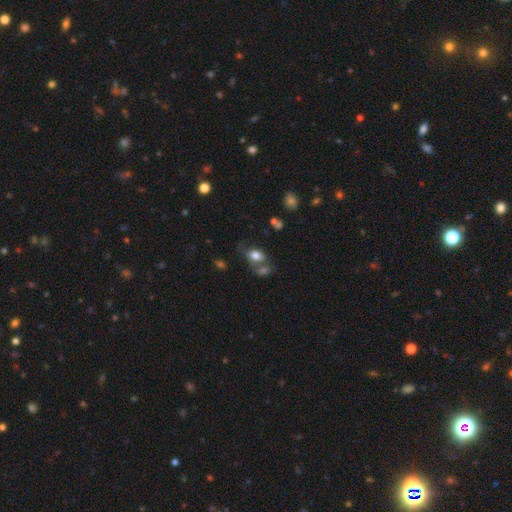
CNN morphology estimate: This is likely a smooth galaxy (77%). How rounded: likely in between (77%). Merging: marginally none (40%).